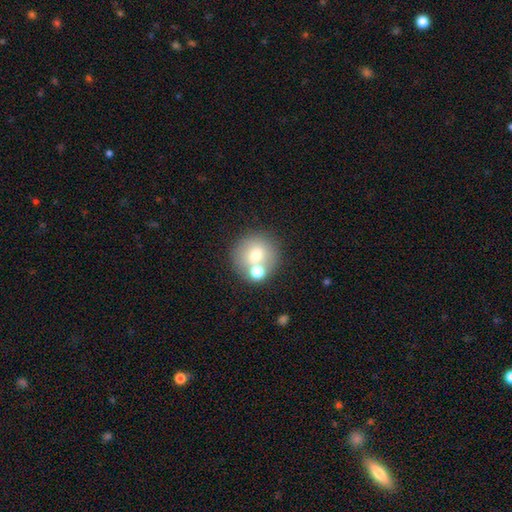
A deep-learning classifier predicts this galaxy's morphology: Smooth or featured: smooth — 69% (featured or disk — 20%)
How rounded: round — 89% (in between — 10%)
Merging: none — 60% (merger — 27%)